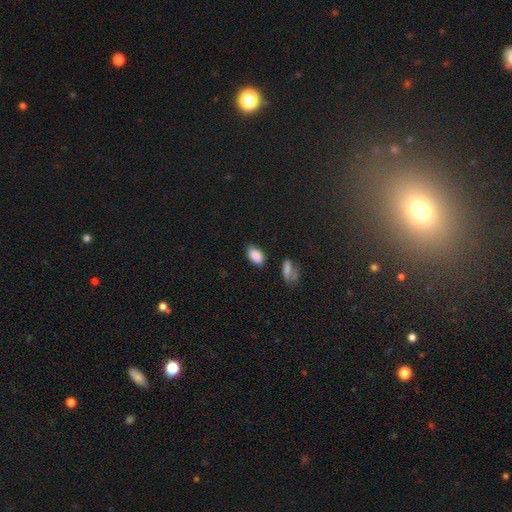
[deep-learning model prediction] smooth 86%, star or artifact 8%, featured or disk 6%. Down the decision tree: how rounded — in between (93%); merging — none (79%).